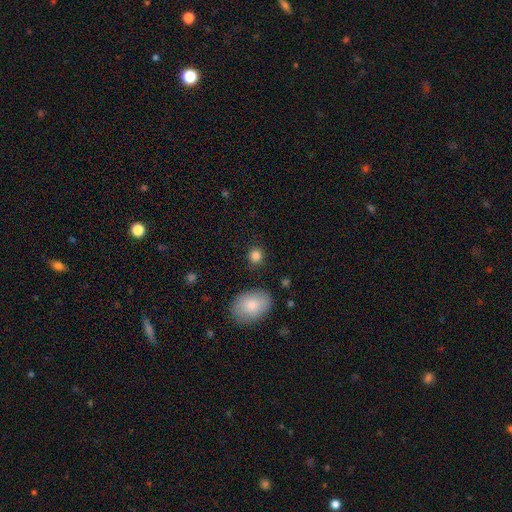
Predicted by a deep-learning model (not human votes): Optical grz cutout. It shows a smooth galaxy with no disk features (85%) that is round (84%). Merging: none (85%).